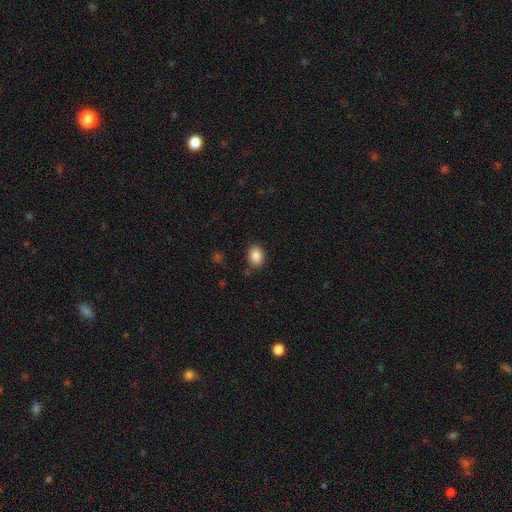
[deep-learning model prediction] Q: Smooth or featured?
A: smooth (87%); runner-up: star or artifact (9%)
Q: How rounded?
A: in between (63%); runner-up: round (36%)
Q: Merging?
A: none (84%); runner-up: minor disturbance (11%)